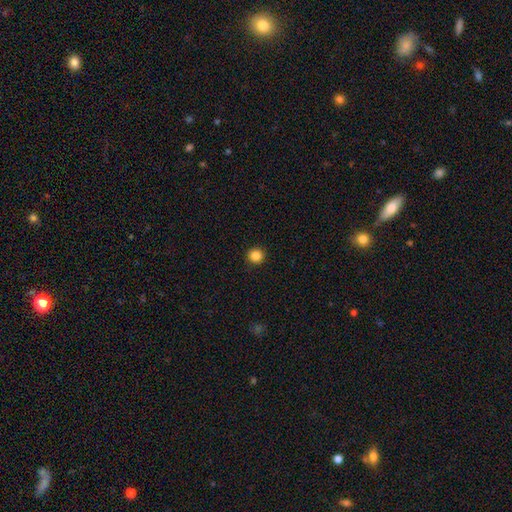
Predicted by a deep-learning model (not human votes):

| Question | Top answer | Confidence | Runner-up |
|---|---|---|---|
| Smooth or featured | smooth | 85% | star or artifact (11%) |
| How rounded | round | 95% | in between (4%) |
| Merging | none | 93% | minor disturbance (4%) |